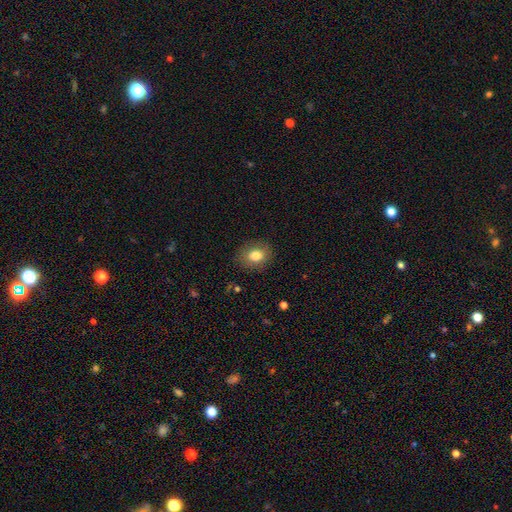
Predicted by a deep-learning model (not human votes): Smooth or featured? smooth (81%)
How rounded? in between (50%)
Merging? none (85%)